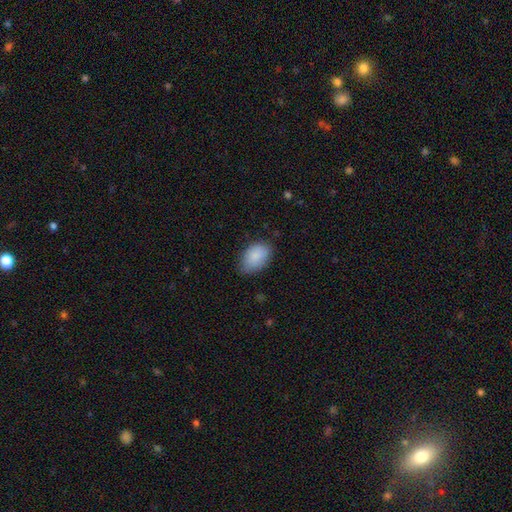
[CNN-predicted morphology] A smooth galaxy with no disk features (88%) that is in between round and cigar-shaped (90%). Merging: none (71%).